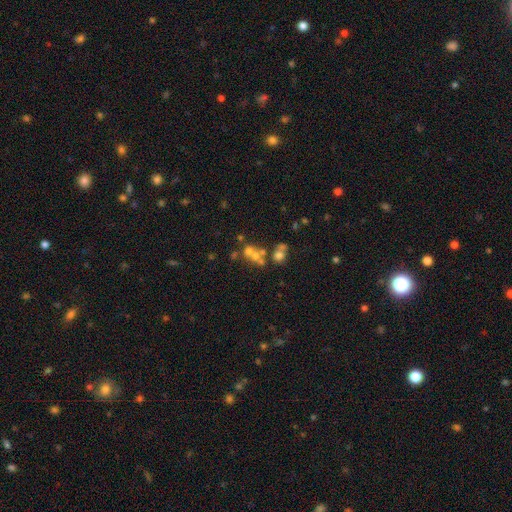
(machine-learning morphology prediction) Q: Smooth or featured?
A: smooth (48%); runner-up: featured or disk (31%)
Q: Merging?
A: merger (50%); runner-up: none (35%)